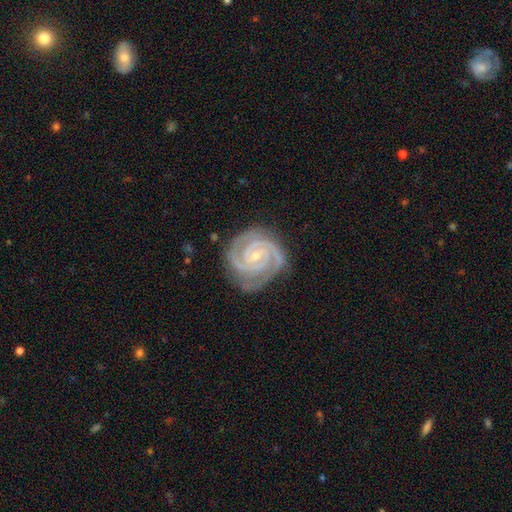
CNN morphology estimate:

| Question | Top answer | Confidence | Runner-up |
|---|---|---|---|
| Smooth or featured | featured or disk | 93% | star or artifact (4%) |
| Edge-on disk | no | 98% | yes (2%) |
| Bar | no | 45% | weak (36%) |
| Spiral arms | yes | 99% | no (1%) |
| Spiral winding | tight | 81% | medium (17%) |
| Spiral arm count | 2 | 67% | 3 (20%) |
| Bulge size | small | 73% | moderate (24%) |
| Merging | none | 79% | minor disturbance (16%) |